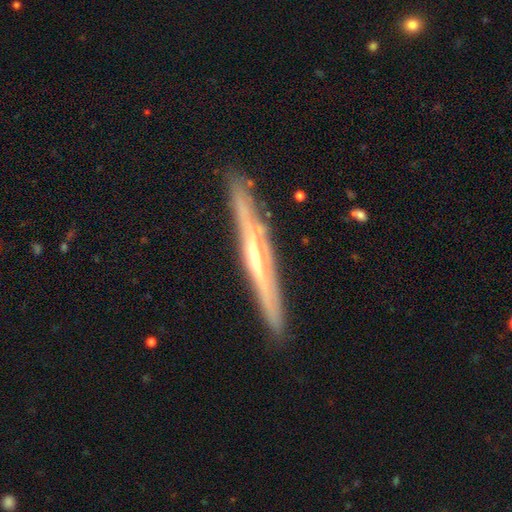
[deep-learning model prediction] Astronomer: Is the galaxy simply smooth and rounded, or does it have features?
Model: featured or disk — 77%.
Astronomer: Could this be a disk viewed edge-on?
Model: yes — 94%.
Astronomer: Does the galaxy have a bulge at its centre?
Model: rounded — 55% (runner-up: none, 37%).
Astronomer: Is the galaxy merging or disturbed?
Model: none — 87%.